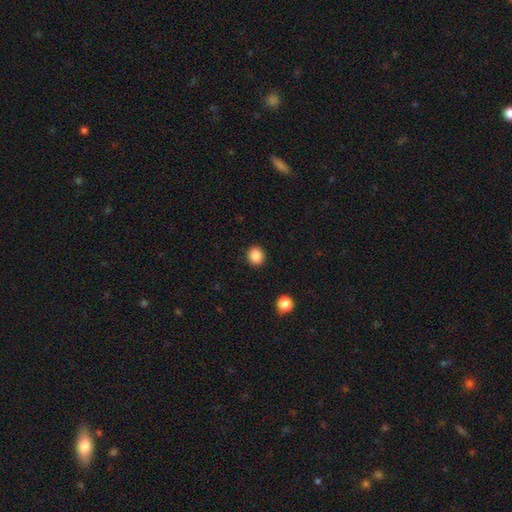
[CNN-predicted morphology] smooth 87%, star or artifact 10%, featured or disk 3%. Down the decision tree: how rounded — round (83%); merging — none (92%).